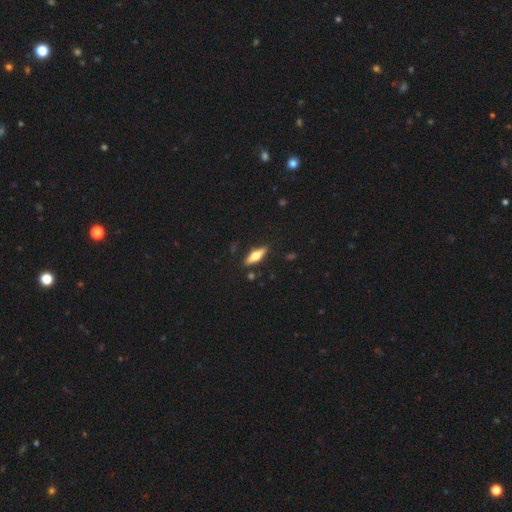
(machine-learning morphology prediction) featured or disk 51%, smooth 43%, star or artifact 6%. Down the decision tree: edge-on disk — yes (92%); merging — none (87%).